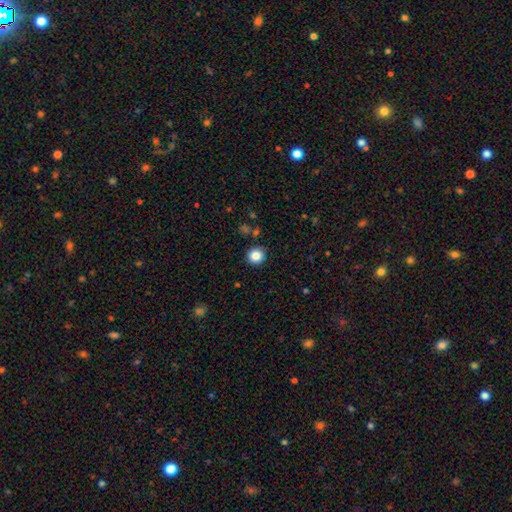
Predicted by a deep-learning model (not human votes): smooth-or-featured: smooth: 85% | star or artifact: 11% | featured or disk: 5%
  how-rounded: round: 94% | in between: 5% | cigar-shaped: 1%
  merging: none: 90% | minor disturbance: 6% | major disturbance: 2% | merger: 2%